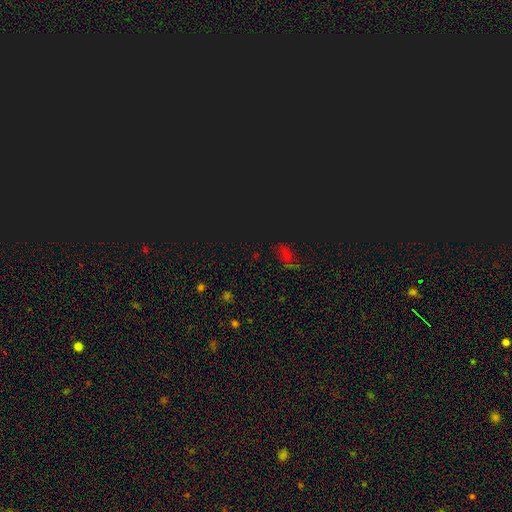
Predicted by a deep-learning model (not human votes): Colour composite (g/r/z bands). It shows a star or artifact, not a galaxy (66%).